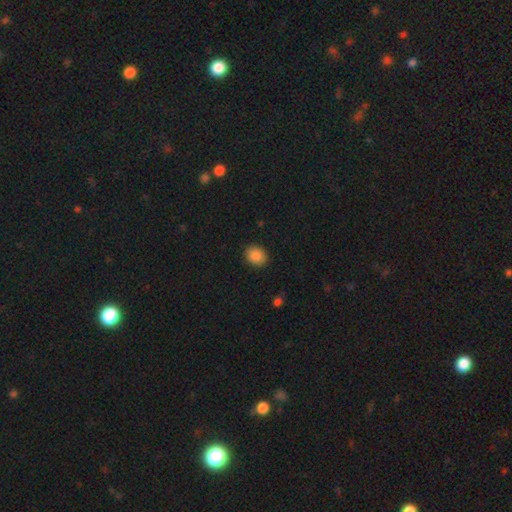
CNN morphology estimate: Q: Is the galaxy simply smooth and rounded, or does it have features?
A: smooth — 87%.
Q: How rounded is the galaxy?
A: round — 51%.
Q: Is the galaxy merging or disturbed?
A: none — 89%.